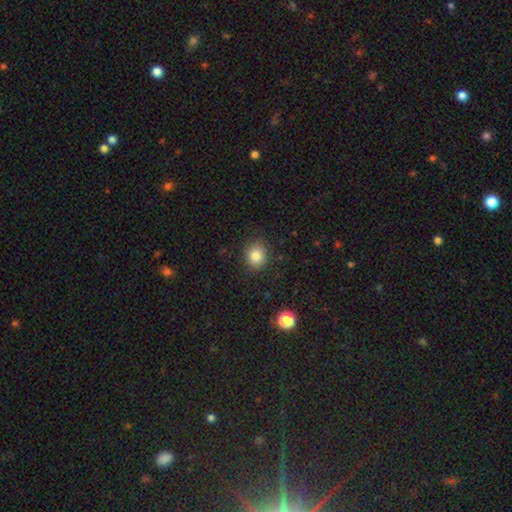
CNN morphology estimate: Q: Smooth or featured?
A: smooth (83%); runner-up: star or artifact (11%)
Q: How rounded?
A: round (72%); runner-up: in between (28%)
Q: Merging?
A: none (86%); runner-up: minor disturbance (10%)